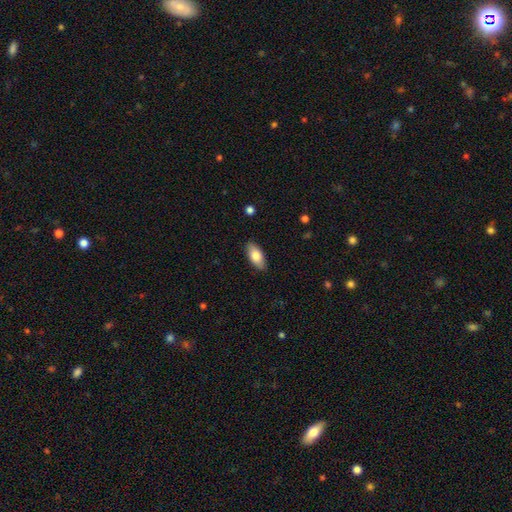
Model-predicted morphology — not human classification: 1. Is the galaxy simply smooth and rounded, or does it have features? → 81% smooth, 13% featured or disk, 6% star or artifact.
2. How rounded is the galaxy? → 89% in between, 8% cigar-shaped, 2% round.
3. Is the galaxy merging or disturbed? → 88% none, 9% minor disturbance, 2% major disturbance, 1% merger.